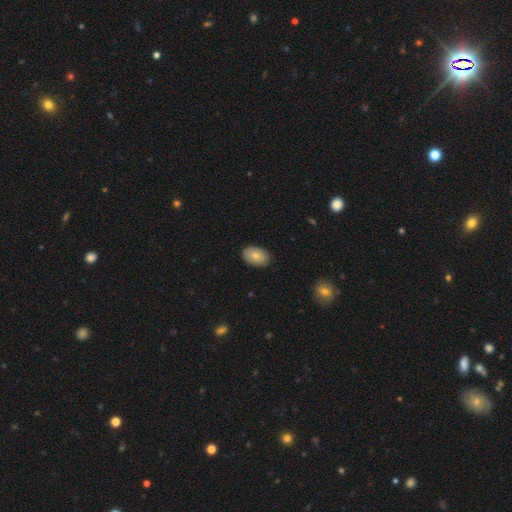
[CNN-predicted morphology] Smooth or featured: smooth — 80% (featured or disk — 13%)
How rounded: in between — 89% (round — 10%)
Merging: none — 88% (minor disturbance — 9%)